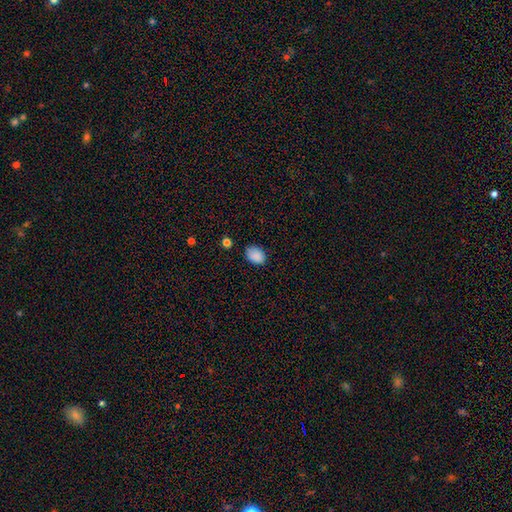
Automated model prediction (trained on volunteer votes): smooth 88%, star or artifact 9%, featured or disk 3%. Down the decision tree: how rounded — in between (78%); merging — none (77%).